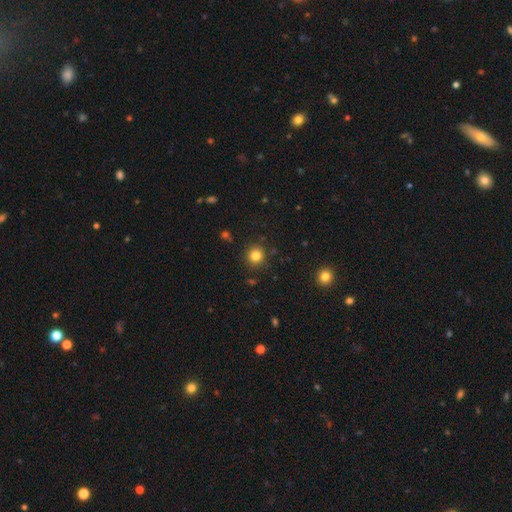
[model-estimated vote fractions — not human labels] A smooth galaxy with no disk features (82%) that is round (91%).

Vote fractions:
- Smooth or featured? smooth: 82% / star or artifact: 13% / featured or disk: 5%
- How rounded? round: 91% / in between: 8% / cigar-shaped: 1%
- Merging? none: 89% / minor disturbance: 7% / major disturbance: 2% / merger: 2%